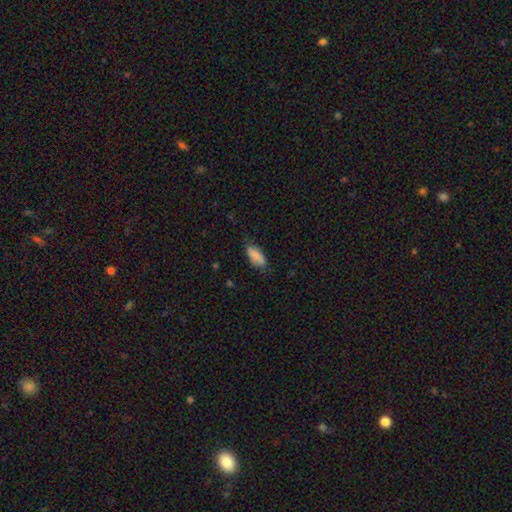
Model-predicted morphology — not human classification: A smooth galaxy with no disk features (86%) that is in between round and cigar-shaped (80%). Merging: none (75%).